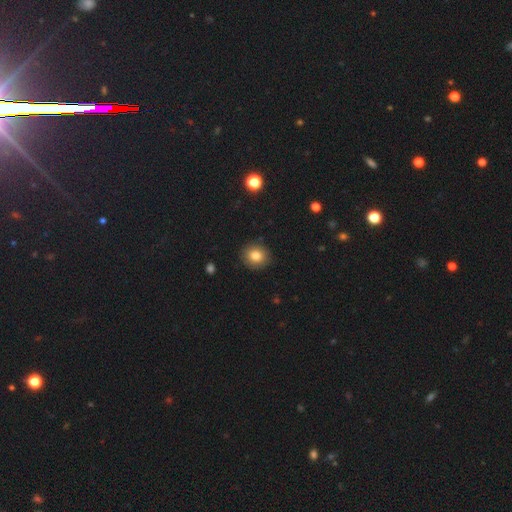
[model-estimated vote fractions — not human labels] The model was most divided on "smooth or featured": smooth: 81%, star or artifact: 11%, featured or disk: 8%. More confident: merging — none (90%); how rounded — round (84%).